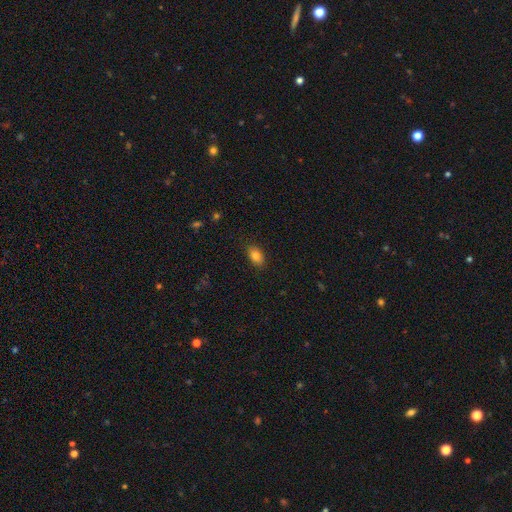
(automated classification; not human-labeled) Morphology: type=smooth (83%); roundness=in between (87%); merging=none (87%).